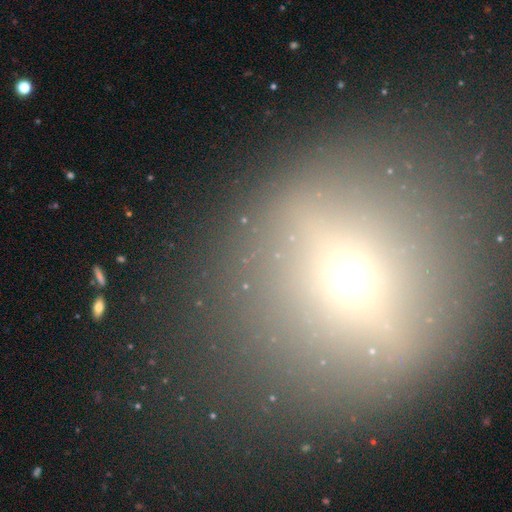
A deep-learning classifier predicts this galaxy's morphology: A smooth galaxy with no disk features (46%). Merging: none (84%).